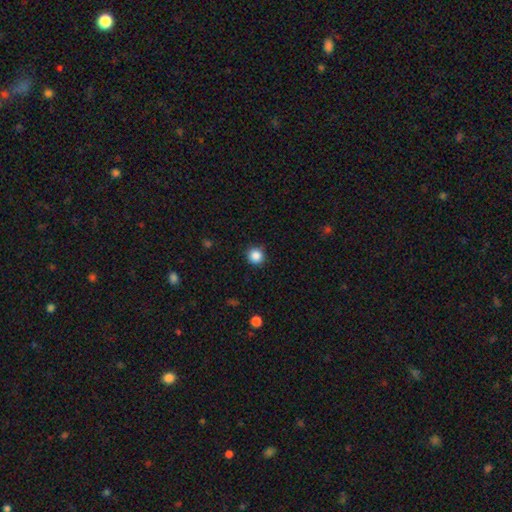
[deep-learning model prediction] This appears to be a smooth galaxy with no disk features (86%) that is round (94%). Merging: none (90%).